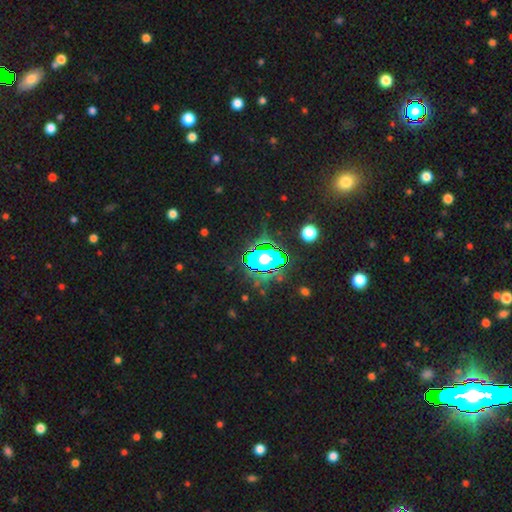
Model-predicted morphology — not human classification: smooth-or-featured: star or artifact: 60% | smooth: 26% | featured or disk: 14%